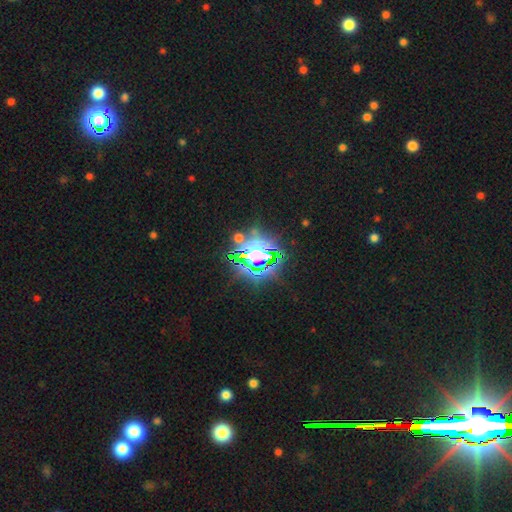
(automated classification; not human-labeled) This is likely a star or artifact rather than a galaxy (72%).